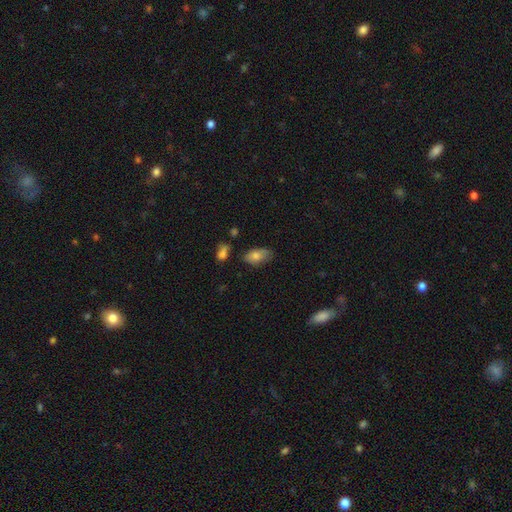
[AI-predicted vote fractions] Q: Smooth or featured?
A: smooth (78%); runner-up: featured or disk (14%)
Q: How rounded?
A: in between (92%); runner-up: round (5%)
Q: Merging?
A: none (63%); runner-up: minor disturbance (27%)